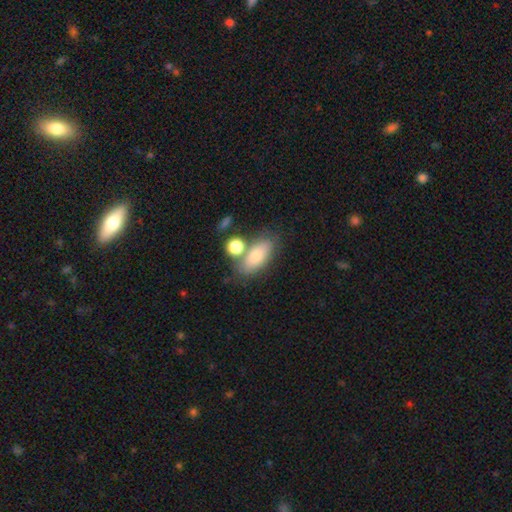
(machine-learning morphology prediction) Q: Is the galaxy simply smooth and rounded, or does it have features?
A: smooth — 76%.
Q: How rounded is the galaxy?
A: in between — 84%.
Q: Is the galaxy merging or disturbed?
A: none — 58%.